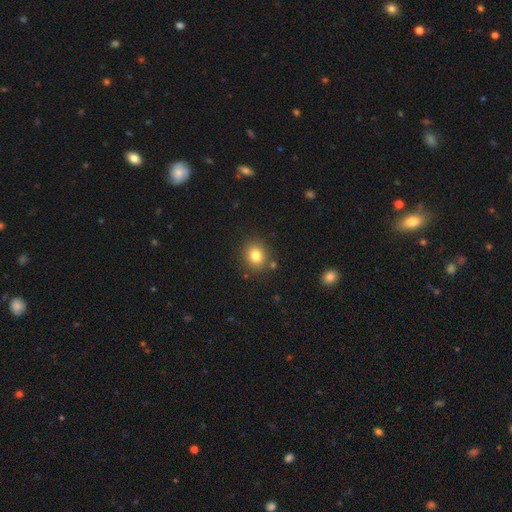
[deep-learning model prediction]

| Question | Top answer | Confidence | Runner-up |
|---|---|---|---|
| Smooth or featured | smooth | 81% | star or artifact (12%) |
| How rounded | round | 75% | in between (24%) |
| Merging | none | 85% | minor disturbance (8%) |